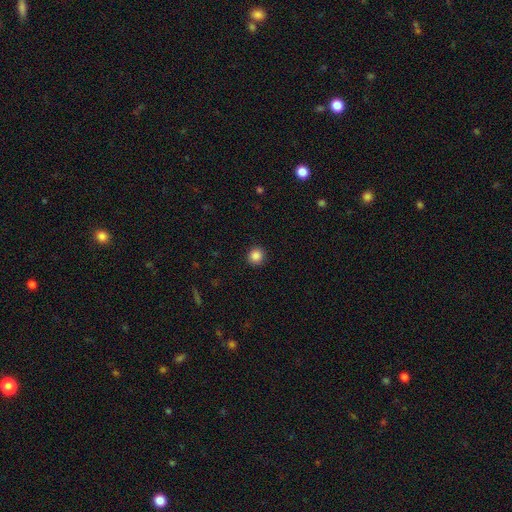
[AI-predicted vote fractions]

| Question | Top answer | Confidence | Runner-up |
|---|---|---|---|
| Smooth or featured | smooth | 87% | star or artifact (10%) |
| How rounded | round | 93% | in between (6%) |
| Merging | none | 92% | minor disturbance (6%) |